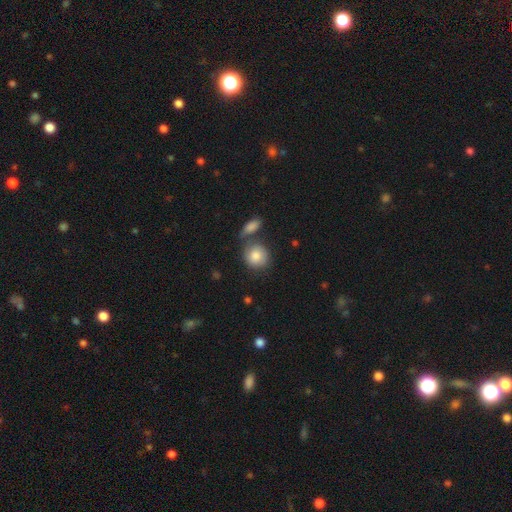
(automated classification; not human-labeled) Smooth or featured?
  - smooth: 84% *
  - featured or disk: 9%
  - star or artifact: 7%
How rounded?
  - round: 76% *
  - in between: 22%
  - cigar-shaped: 1%
Merging?
  - none: 56% *
  - merger: 24%
  - minor disturbance: 15%
  - major disturbance: 5%